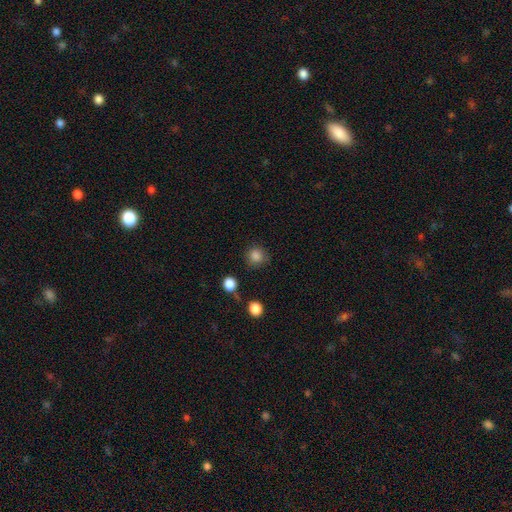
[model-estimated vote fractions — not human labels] Morphology: type=smooth (85%); roundness=round (91%); merging=none (81%).